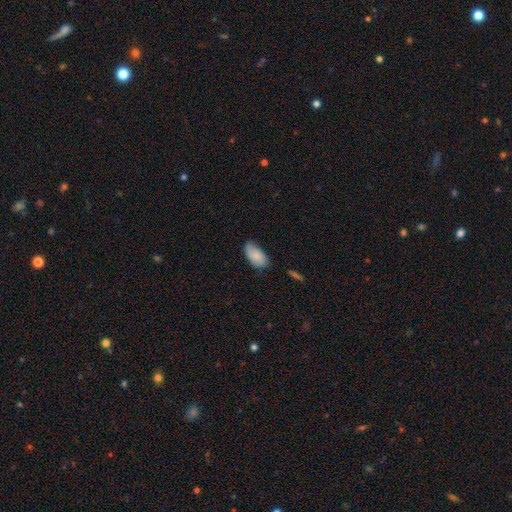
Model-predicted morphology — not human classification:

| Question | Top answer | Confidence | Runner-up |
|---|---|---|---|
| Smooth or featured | smooth | 82% | featured or disk (12%) |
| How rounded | in between | 94% | round (3%) |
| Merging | none | 60% | minor disturbance (32%) |